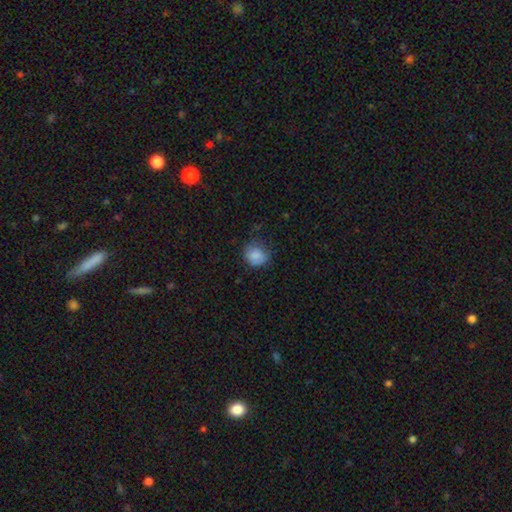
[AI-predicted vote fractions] The model was most divided on "merging": none: 64%, minor disturbance: 27%, major disturbance: 8%, merger: 1%. More confident: smooth or featured — smooth (83%); how rounded — round (73%).